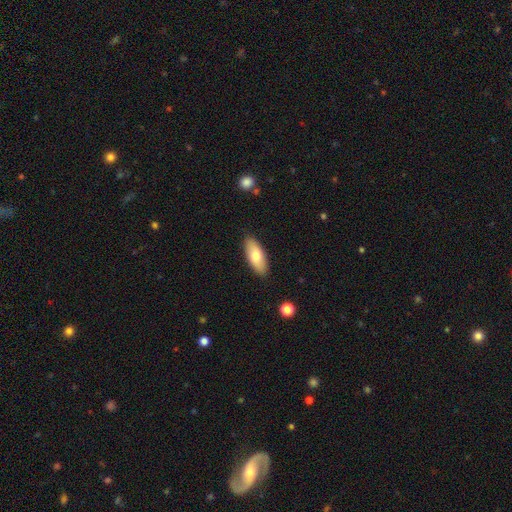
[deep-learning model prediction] Smooth or featured? Predicted: smooth (p=0.74). How rounded? Predicted: in between (p=0.81). Merging? Predicted: none (p=0.88).